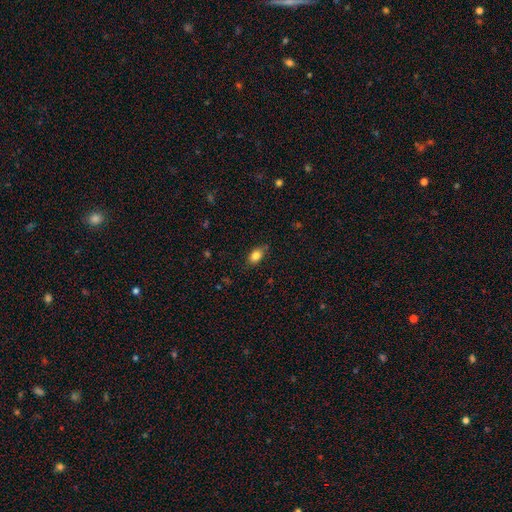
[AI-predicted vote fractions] smooth_or_featured: smooth (p=0.84) [alt: star or artifact p=0.09]
how_rounded: in between (p=0.81) [alt: round p=0.17]
merging: none (p=0.78) [alt: minor disturbance p=0.17]